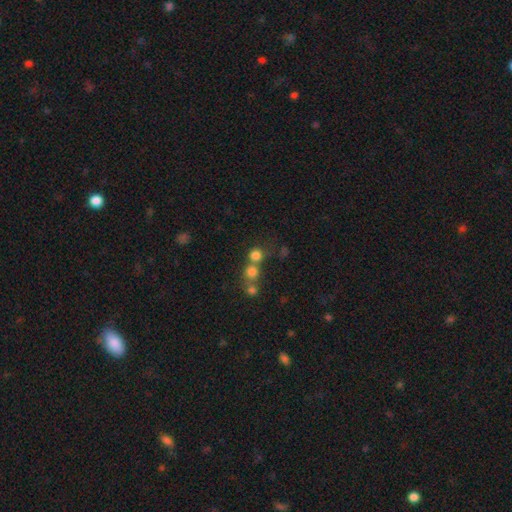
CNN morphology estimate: The model was most divided on "merging": none: 51%, merger: 38%, minor disturbance: 6%, major disturbance: 4%. More confident: how rounded — round (89%); smooth or featured — smooth (74%).